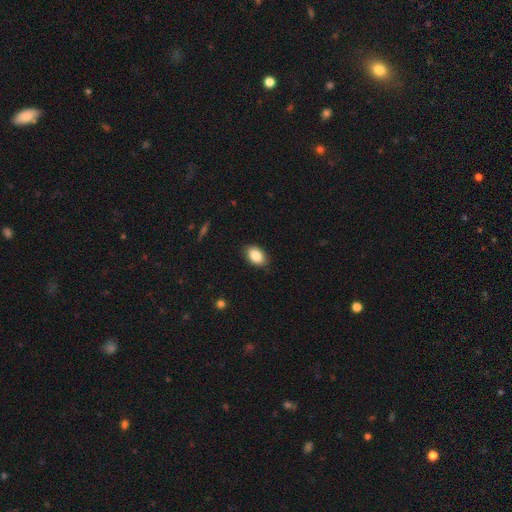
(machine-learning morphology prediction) Smooth or featured?
  - smooth: 86% *
  - star or artifact: 8%
  - featured or disk: 7%
How rounded?
  - in between: 89% *
  - round: 10%
  - cigar-shaped: 1%
Merging?
  - none: 87% *
  - minor disturbance: 10%
  - major disturbance: 2%
  - merger: 1%